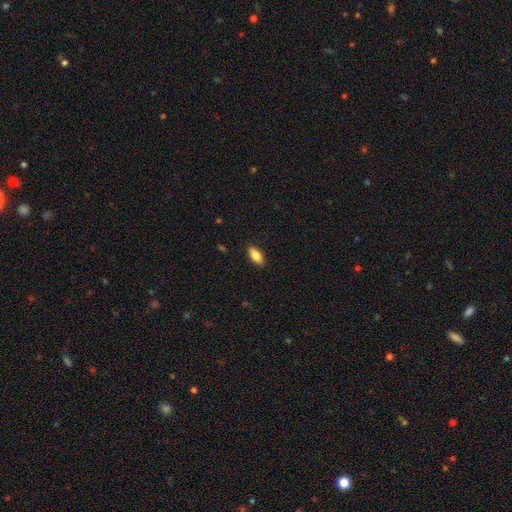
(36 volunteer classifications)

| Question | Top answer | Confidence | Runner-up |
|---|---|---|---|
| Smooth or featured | smooth | 83% | featured or disk (14%) |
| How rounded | in between | 97% | cigar-shaped (3%) |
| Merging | none | 89% | minor disturbance (11%) |